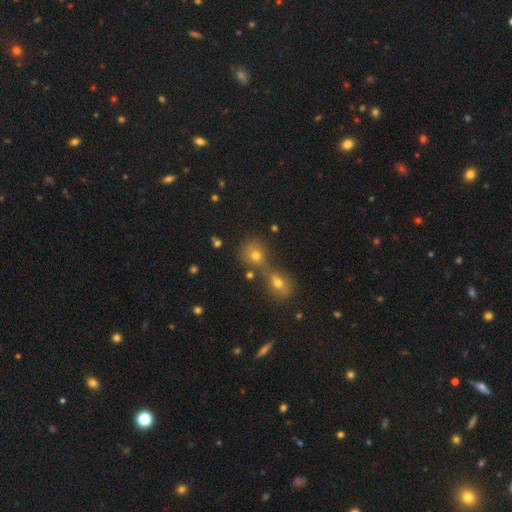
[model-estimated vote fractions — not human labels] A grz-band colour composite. It shows a smooth galaxy with no disk features (67%) that is round (81%). Merging: merger (51%).